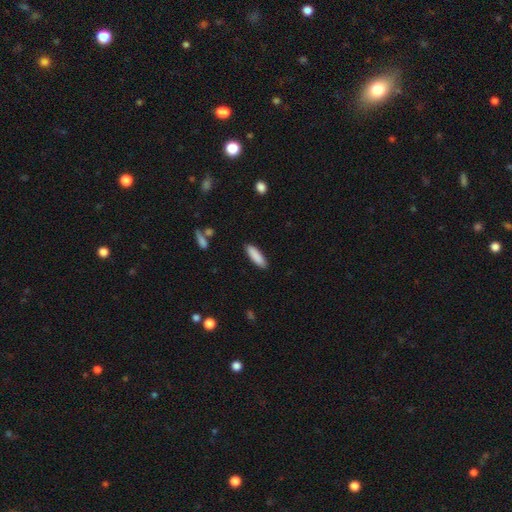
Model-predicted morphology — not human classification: The model was most divided on "how rounded": cigar-shaped: 60%, in between: 38%, round: 1%. More confident: merging — none (89%); smooth or featured — smooth (88%).